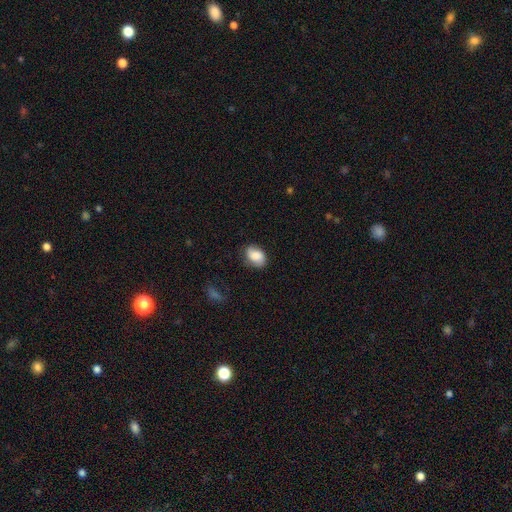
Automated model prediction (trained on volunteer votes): Morphology: type=smooth (72%); roundness=in between (80%); merging=none (76%).